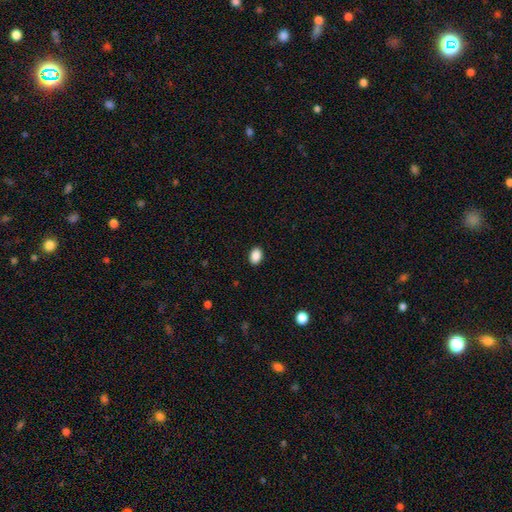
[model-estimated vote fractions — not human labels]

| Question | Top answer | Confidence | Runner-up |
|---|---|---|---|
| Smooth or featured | smooth | 89% | star or artifact (8%) |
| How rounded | in between | 79% | round (20%) |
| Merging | none | 90% | minor disturbance (7%) |